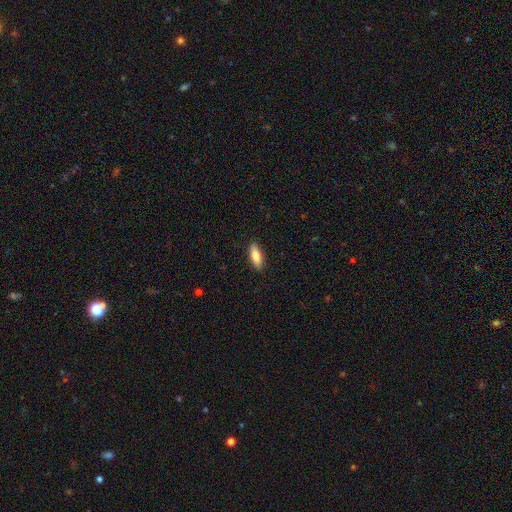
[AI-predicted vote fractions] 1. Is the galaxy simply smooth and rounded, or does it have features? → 82% smooth, 13% featured or disk, 6% star or artifact.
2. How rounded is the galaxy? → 65% in between, 33% cigar-shaped, 2% round.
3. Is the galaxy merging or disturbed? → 88% none, 9% minor disturbance, 2% major disturbance, 1% merger.